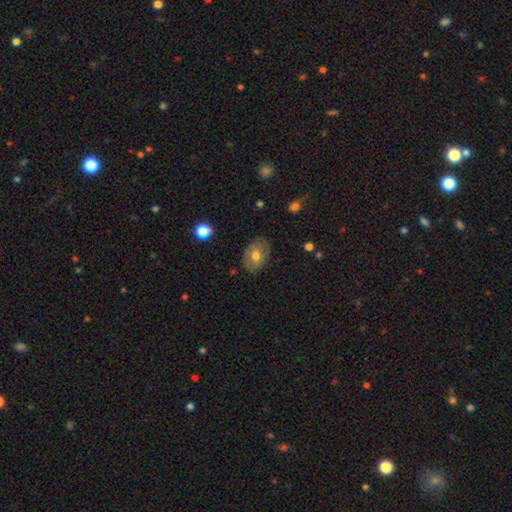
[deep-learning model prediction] smooth_or_featured: smooth (p=0.60) [alt: featured or disk p=0.32]
how_rounded: in between (p=0.77) [alt: round p=0.22]
merging: none (p=0.78) [alt: minor disturbance p=0.16]